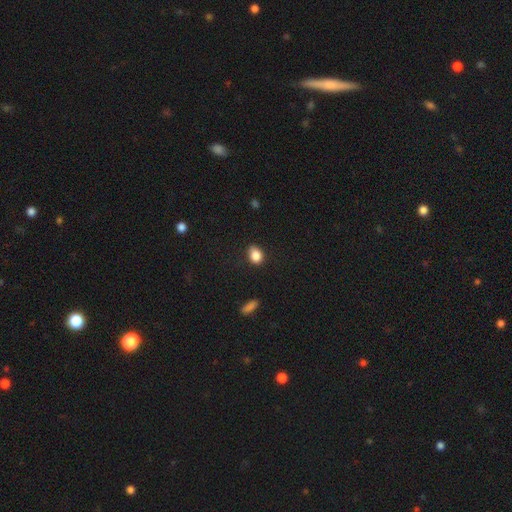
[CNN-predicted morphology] A smooth galaxy with no disk features (86%) that is in between round and cigar-shaped (64%). Merging: none (76%).